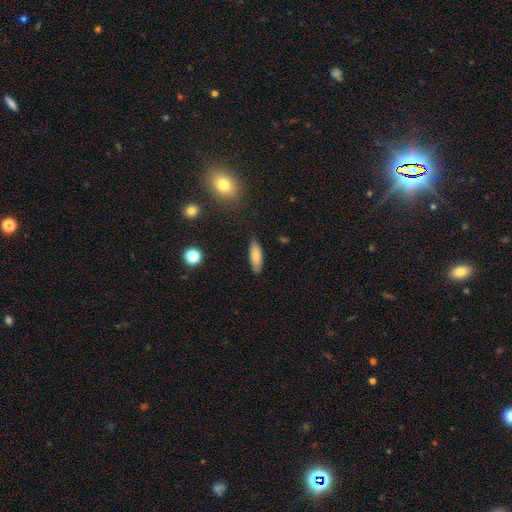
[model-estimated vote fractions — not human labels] smooth 78%, featured or disk 15%, star or artifact 7%. Down the decision tree: how rounded — in between (66%); merging — none (86%).